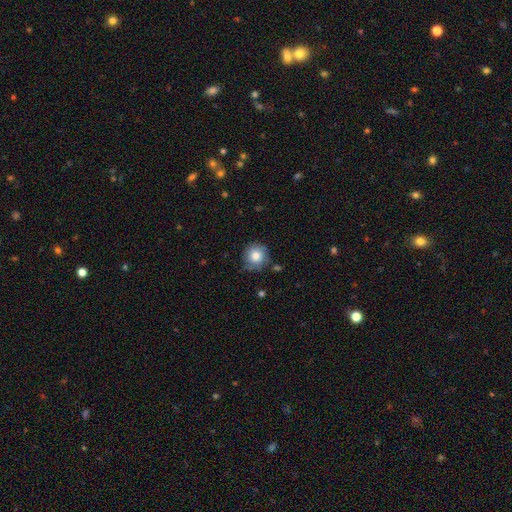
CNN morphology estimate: Overall: smooth (81%). How rounded: round (91%). Merging: none (74%).